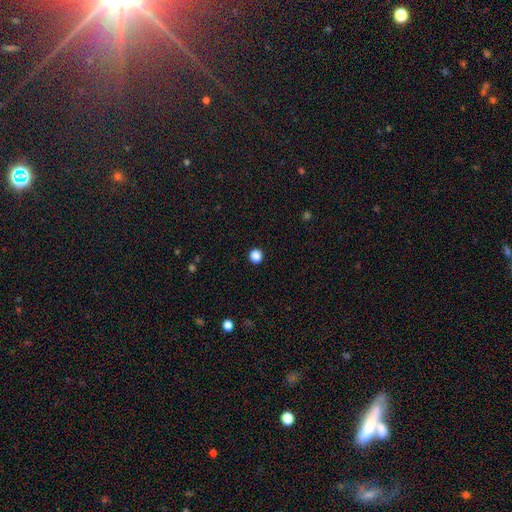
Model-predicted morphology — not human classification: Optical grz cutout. It shows a smooth galaxy with no disk features (87%) that is round (87%). Merging: none (93%).